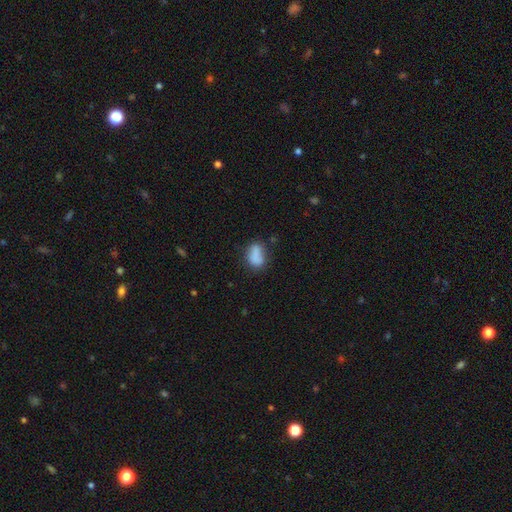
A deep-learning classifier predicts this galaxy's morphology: A smooth galaxy with no disk features (79%) that is in between round and cigar-shaped (80%). Merging: none (54%).